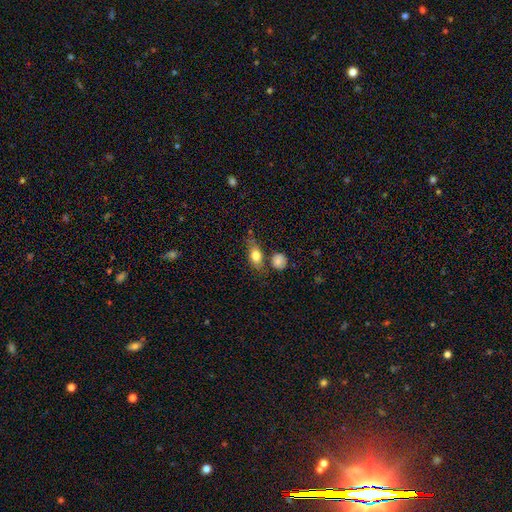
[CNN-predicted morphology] Overall: smooth (75%). How rounded: in between (72%). Merging: none (60%; minor disturbance 20%).